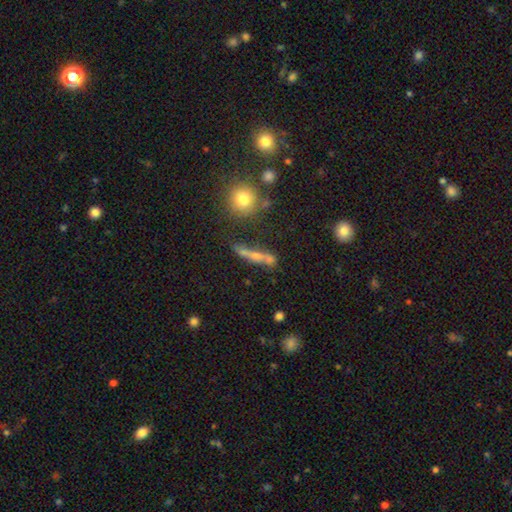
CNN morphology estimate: A featured or disk galaxy (43%). Merging: none (60%).